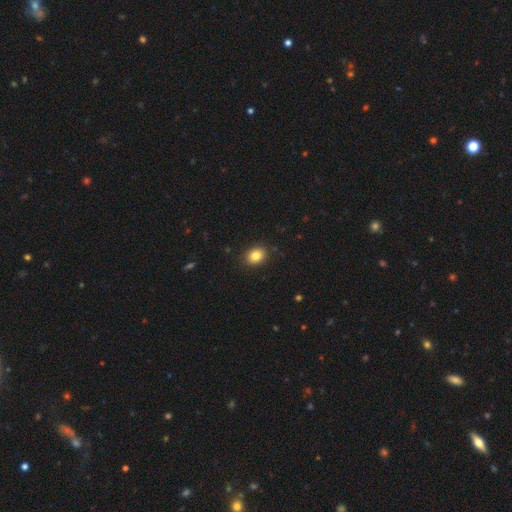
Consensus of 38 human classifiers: This appears to be a smooth galaxy with no disk features (89%) that is in between round and cigar-shaped (62%). Merging: none (92%).